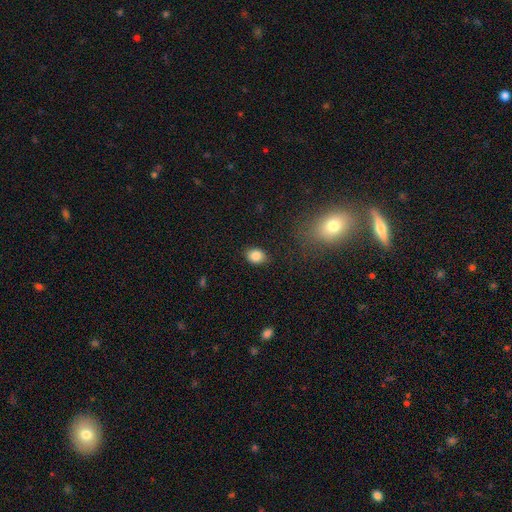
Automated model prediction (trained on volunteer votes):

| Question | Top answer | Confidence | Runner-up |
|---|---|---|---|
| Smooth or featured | smooth | 86% | star or artifact (9%) |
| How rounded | in between | 62% | round (37%) |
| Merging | none | 84% | minor disturbance (12%) |